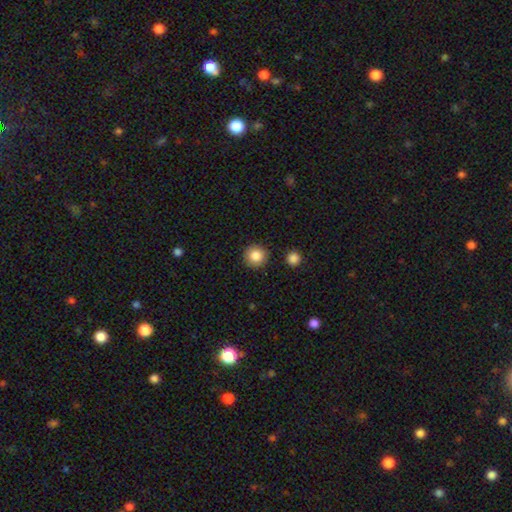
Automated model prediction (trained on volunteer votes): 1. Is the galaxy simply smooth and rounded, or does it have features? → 85% smooth, 9% star or artifact, 5% featured or disk.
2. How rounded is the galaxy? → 94% round, 5% in between, 1% cigar-shaped.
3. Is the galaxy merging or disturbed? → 90% none, 6% minor disturbance, 2% merger, 2% major disturbance.